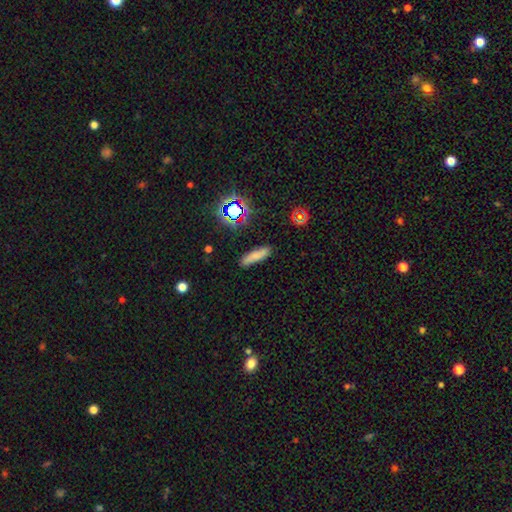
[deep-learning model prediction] The model was most divided on "how rounded": cigar-shaped: 72%, in between: 25%, round: 3%. More confident: merging — none (82%); smooth or featured — smooth (73%).